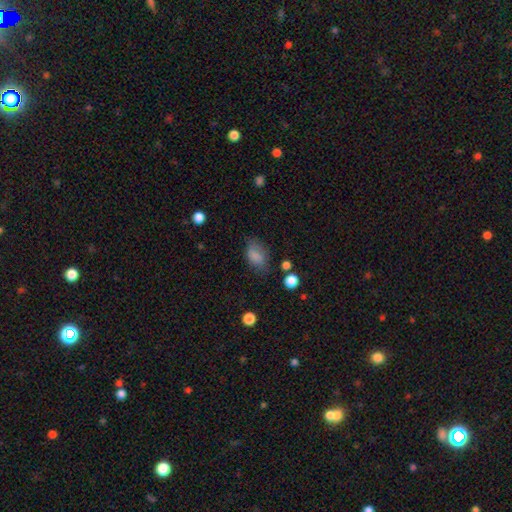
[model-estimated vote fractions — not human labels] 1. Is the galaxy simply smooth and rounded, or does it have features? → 82% smooth, 10% star or artifact, 8% featured or disk.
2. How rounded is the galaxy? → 87% in between, 11% round, 2% cigar-shaped.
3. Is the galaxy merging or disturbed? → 63% none, 24% minor disturbance, 10% major disturbance, 3% merger.